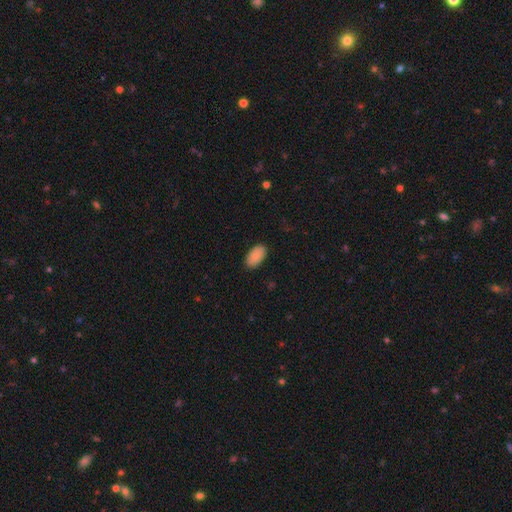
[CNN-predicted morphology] Q: Smooth or featured?
A: smooth (88%); runner-up: star or artifact (6%)
Q: How rounded?
A: in between (95%); runner-up: round (3%)
Q: Merging?
A: none (87%); runner-up: minor disturbance (10%)